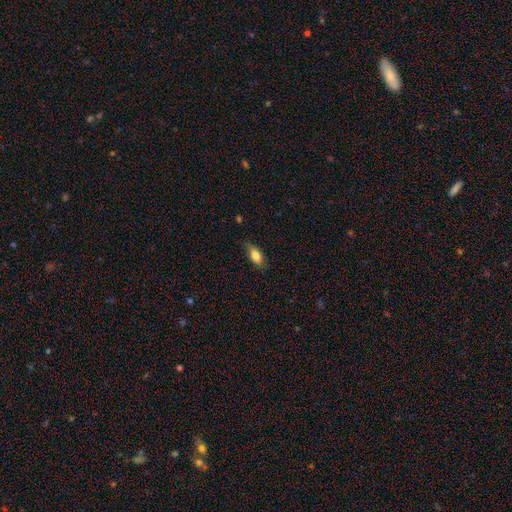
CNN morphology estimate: This is likely a smooth galaxy (77%). How rounded: clearly in between (81%). Merging: likely none (70%).